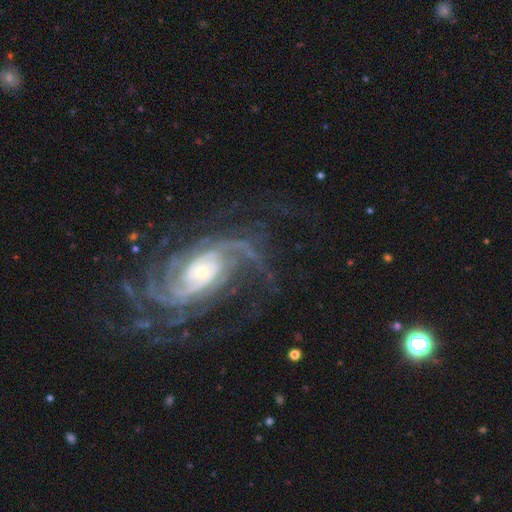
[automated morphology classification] Smooth or featured? featured or disk (91%)
Edge-on disk? no (97%)
Bar? no (57%)
Spiral arms? yes (98%)
Spiral winding? tight (51%)
Spiral arm count? 2 (21%, tied with 3)
Bulge size? small (57%)
Merging? none (69%)